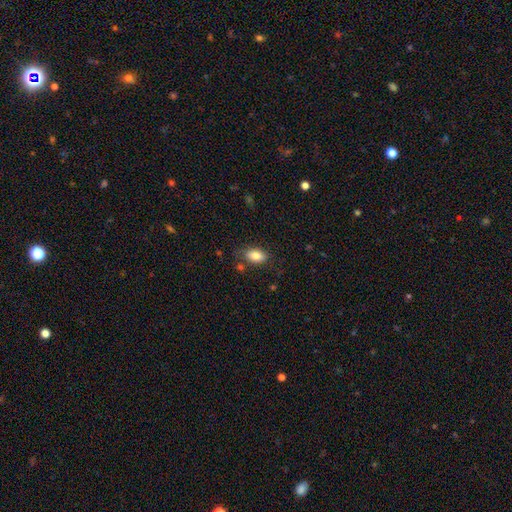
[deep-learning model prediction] smooth_or_featured: smooth (p=0.83) [alt: featured or disk p=0.09]
how_rounded: in between (p=0.90) [alt: round p=0.07]
merging: none (p=0.76) [alt: minor disturbance p=0.16]